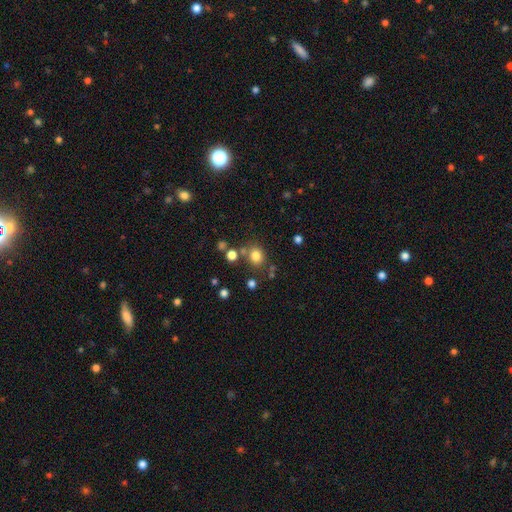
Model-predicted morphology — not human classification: Smooth or featured? smooth (79%)
How rounded? round (76%)
Merging? none (73%)